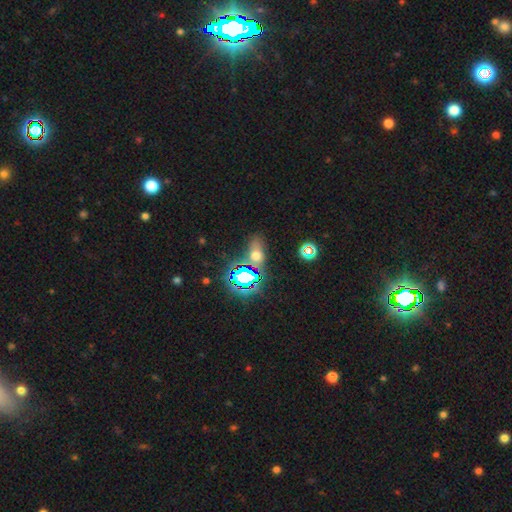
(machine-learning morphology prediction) type=smooth (45%); merging=none (69%).